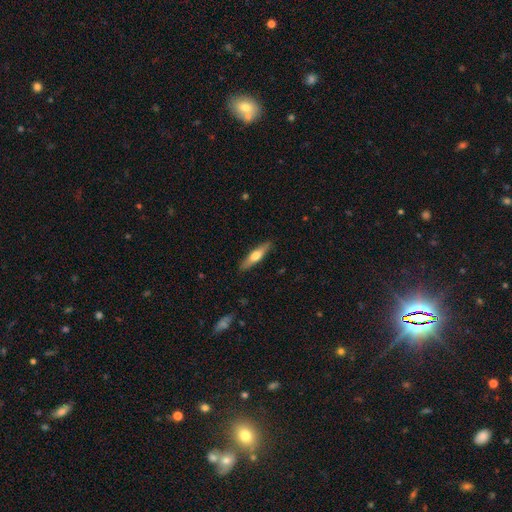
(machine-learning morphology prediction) Overall: smooth (54%; featured or disk 40%). How rounded: cigar-shaped (75%). Merging: none (89%).